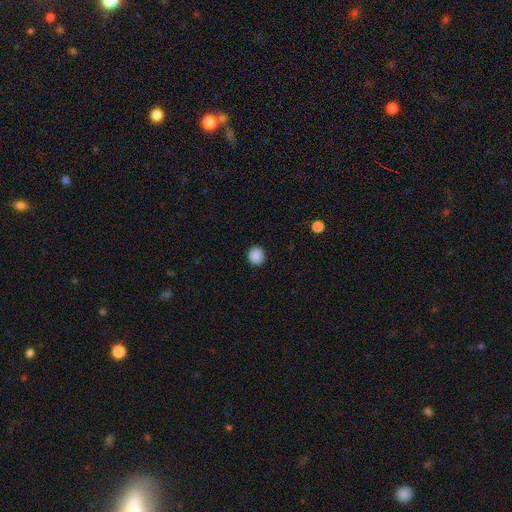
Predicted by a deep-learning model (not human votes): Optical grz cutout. It shows a smooth galaxy with no disk features (89%) that is round (89%). Merging: none (90%).